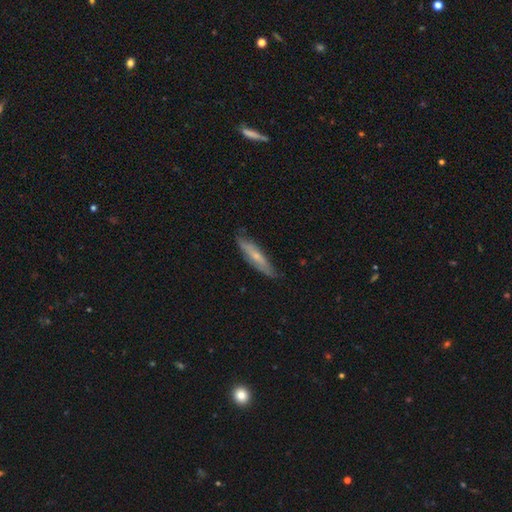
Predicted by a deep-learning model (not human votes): A smooth galaxy with no disk features (49%).

Vote fractions:
- Smooth or featured? smooth: 49% / featured or disk: 45% / star or artifact: 6%
- Merging? none: 77% / minor disturbance: 19% / major disturbance: 3% / merger: 1%